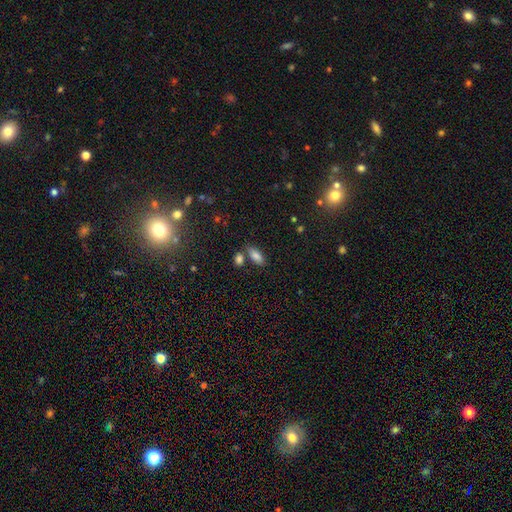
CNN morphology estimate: smooth-or-featured: smooth: 83% | star or artifact: 9% | featured or disk: 8%
  how-rounded: in between: 83% | cigar-shaped: 14% | round: 3%
  merging: none: 68% | merger: 17% | minor disturbance: 12% | major disturbance: 4%